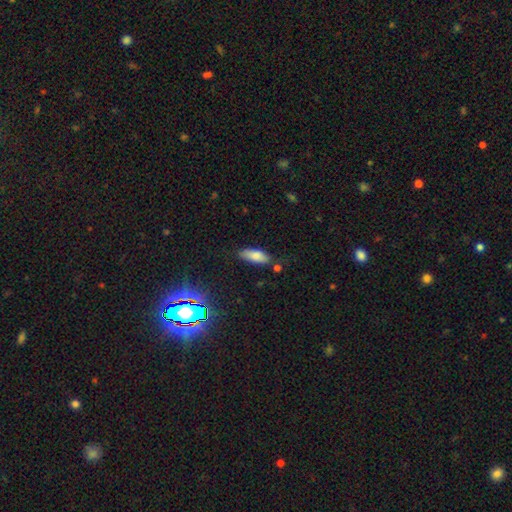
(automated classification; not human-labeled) Smooth or featured? smooth (81%)
How rounded? in between (74%)
Merging? none (73%)